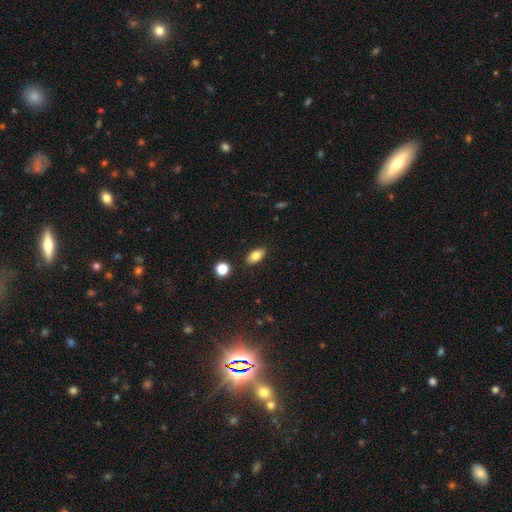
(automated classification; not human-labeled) smooth-or-featured: smooth: 81% | featured or disk: 10% | star or artifact: 9%
  how-rounded: in between: 89% | round: 6% | cigar-shaped: 5%
  merging: none: 88% | minor disturbance: 8% | major disturbance: 2% | merger: 2%